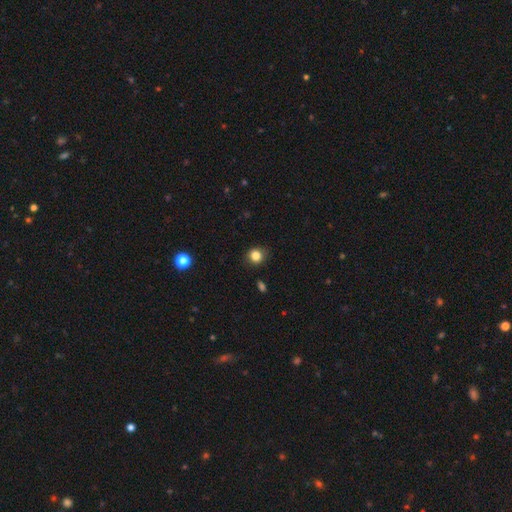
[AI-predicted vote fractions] This is clearly a smooth galaxy (83%). How rounded: clearly round (84%). Merging: clearly none (85%).